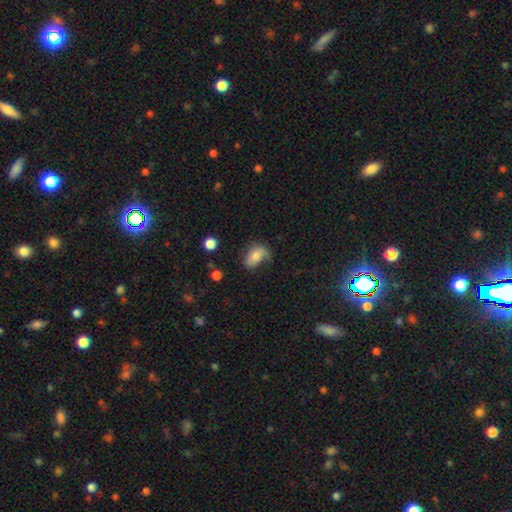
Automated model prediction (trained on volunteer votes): smooth 63%, featured or disk 28%, star or artifact 9%. Down the decision tree: how rounded — in between (85%); merging — none (41%).